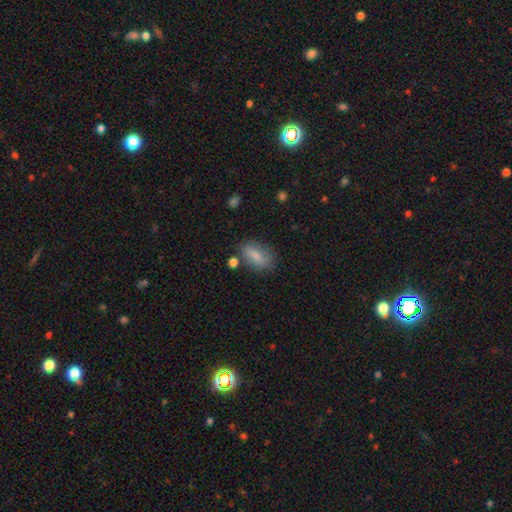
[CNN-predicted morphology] This is likely a smooth galaxy (79%). How rounded: clearly in between (85%). Merging: likely none (70%).